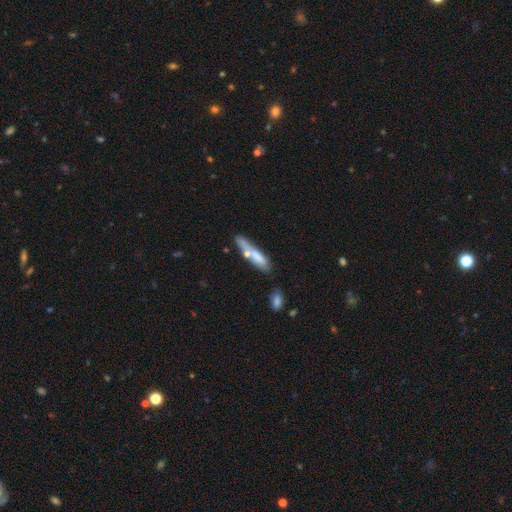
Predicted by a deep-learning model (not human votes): Overall: smooth (65%; featured or disk 28%). How rounded: cigar-shaped (78%). Merging: none (52%; merger 21%).